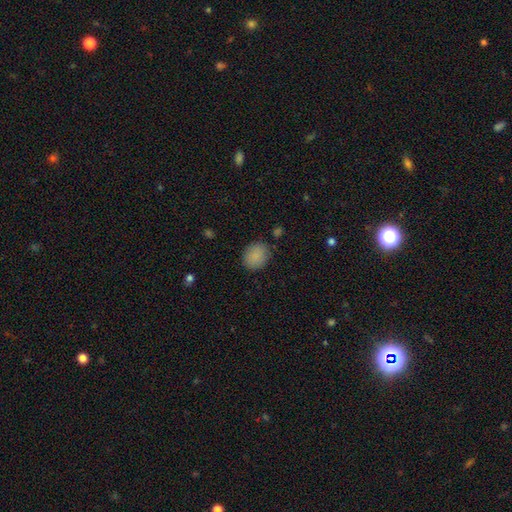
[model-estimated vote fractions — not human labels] smooth 88%, star or artifact 8%, featured or disk 4%. Down the decision tree: how rounded — round (60%); merging — none (83%).